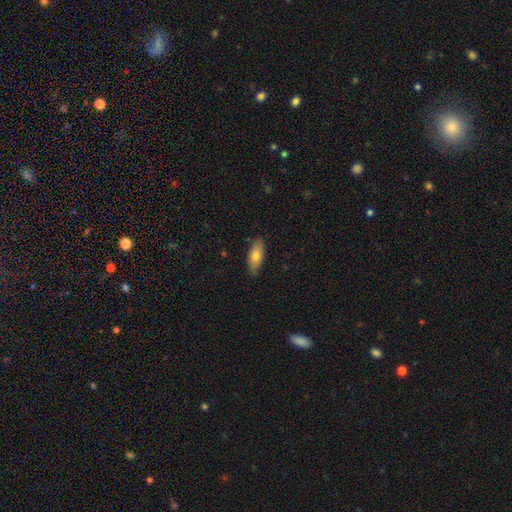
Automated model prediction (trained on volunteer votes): smooth 76%, featured or disk 18%, star or artifact 6%. Down the decision tree: how rounded — in between (76%); merging — none (85%).